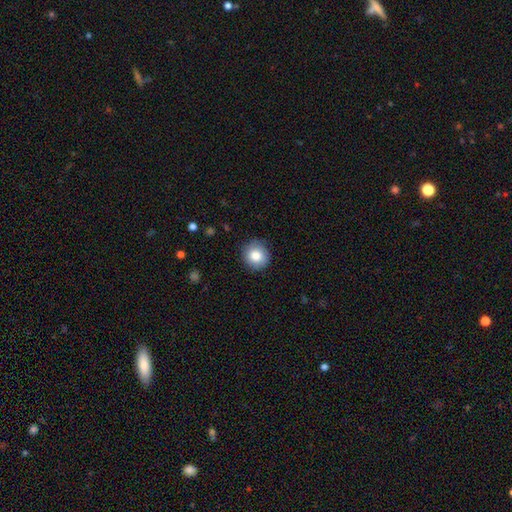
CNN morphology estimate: A smooth galaxy with no disk features (83%) that is round (92%).

Vote fractions:
- Smooth or featured? smooth: 83% / star or artifact: 9% / featured or disk: 8%
- How rounded? round: 92% / in between: 7% / cigar-shaped: 1%
- Merging? none: 87% / minor disturbance: 10% / major disturbance: 2% / merger: 1%